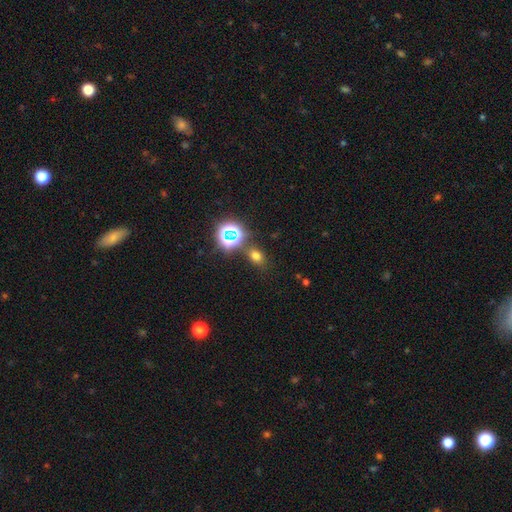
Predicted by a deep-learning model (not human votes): Q: Smooth or featured?
A: smooth (65%); runner-up: star or artifact (27%)
Q: How rounded?
A: in between (58%); runner-up: round (40%)
Q: Merging?
A: none (78%); runner-up: minor disturbance (11%)